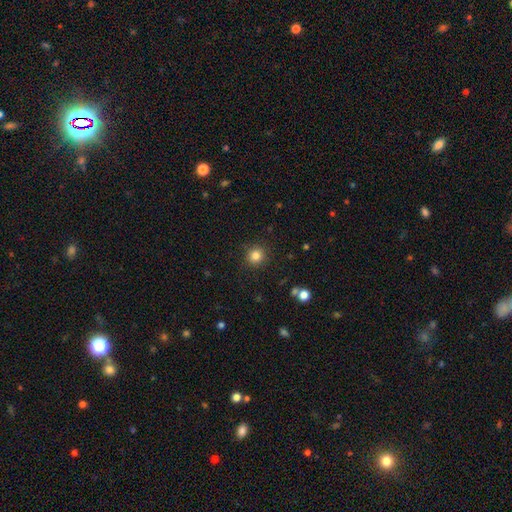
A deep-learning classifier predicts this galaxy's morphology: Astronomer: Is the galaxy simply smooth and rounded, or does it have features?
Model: smooth — 83%.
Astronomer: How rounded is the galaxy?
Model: round — 92%.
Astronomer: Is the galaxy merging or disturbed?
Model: none — 90%.